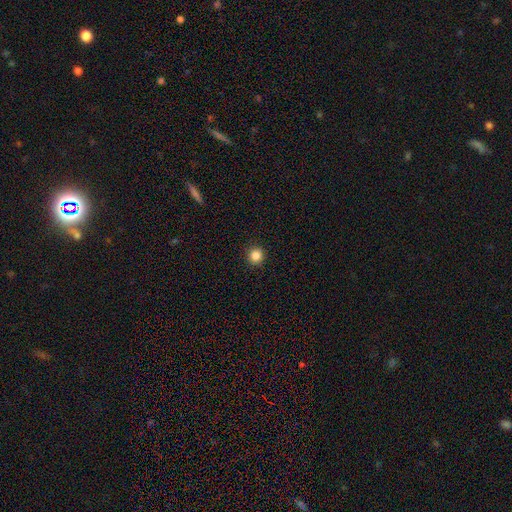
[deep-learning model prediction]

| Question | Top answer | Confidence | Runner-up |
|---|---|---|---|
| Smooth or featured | smooth | 84% | star or artifact (12%) |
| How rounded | round | 95% | in between (4%) |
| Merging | none | 93% | minor disturbance (4%) |